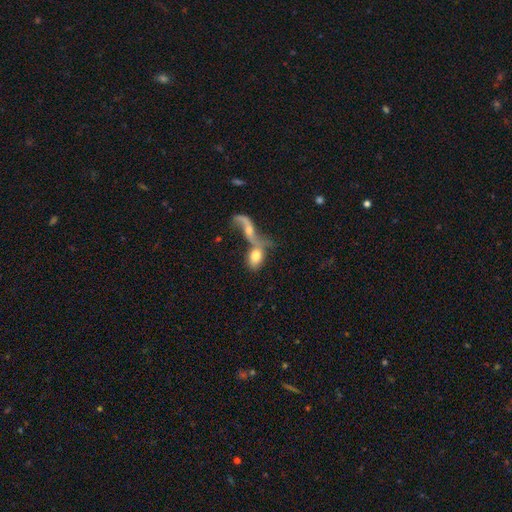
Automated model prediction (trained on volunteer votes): The model was most divided on "smooth or featured": smooth: 65%, featured or disk: 27%, star or artifact: 8%. More confident: how rounded — in between (78%); merging — merger (61%).